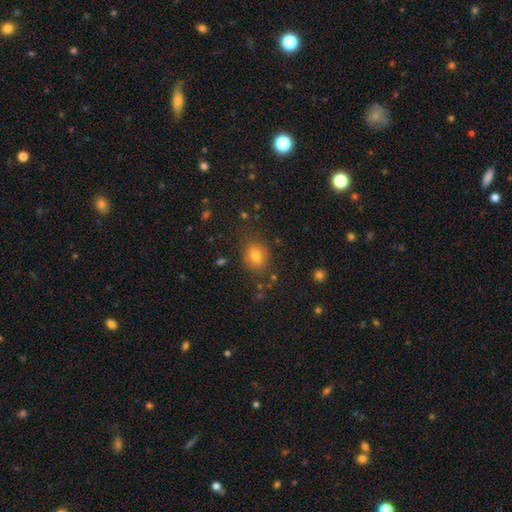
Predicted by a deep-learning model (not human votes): The model was most divided on "how rounded": round: 51%, in between: 48%, cigar-shaped: 1%. More confident: merging — none (81%); smooth or featured — smooth (76%).